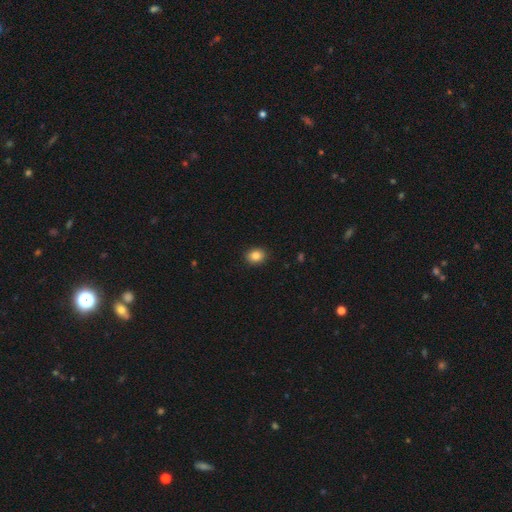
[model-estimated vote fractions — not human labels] smooth-or-featured: smooth: 86% | star or artifact: 10% | featured or disk: 5%
  how-rounded: round: 55% | in between: 44% | cigar-shaped: 1%
  merging: none: 91% | minor disturbance: 6% | major disturbance: 2% | merger: 1%